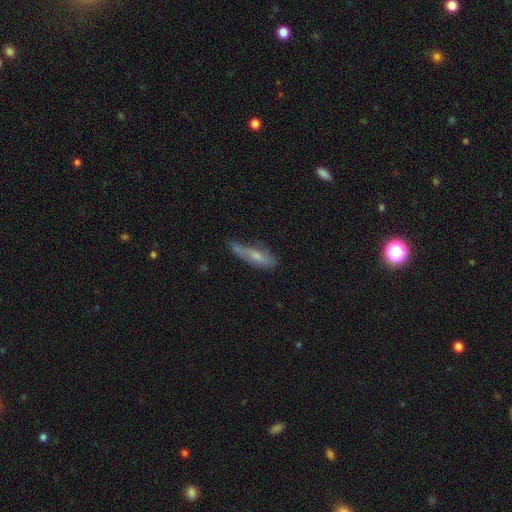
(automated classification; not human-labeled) smooth 54%, featured or disk 39%, star or artifact 8%. Down the decision tree: how rounded — cigar-shaped (60%); merging — none (46%).